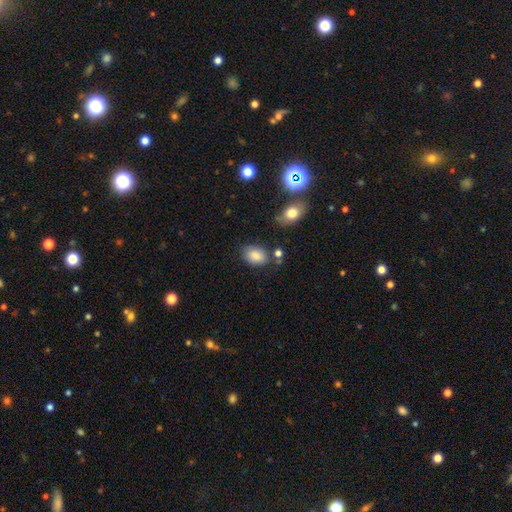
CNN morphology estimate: smooth 85%, star or artifact 8%, featured or disk 7%. Down the decision tree: how rounded — in between (82%); merging — none (72%).